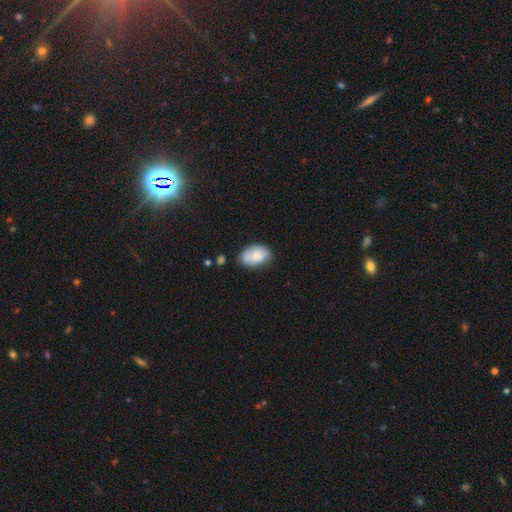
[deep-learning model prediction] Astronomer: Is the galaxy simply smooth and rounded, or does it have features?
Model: smooth — 75%.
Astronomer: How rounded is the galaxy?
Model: in between — 88%.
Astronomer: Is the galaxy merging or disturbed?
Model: none — 57%.